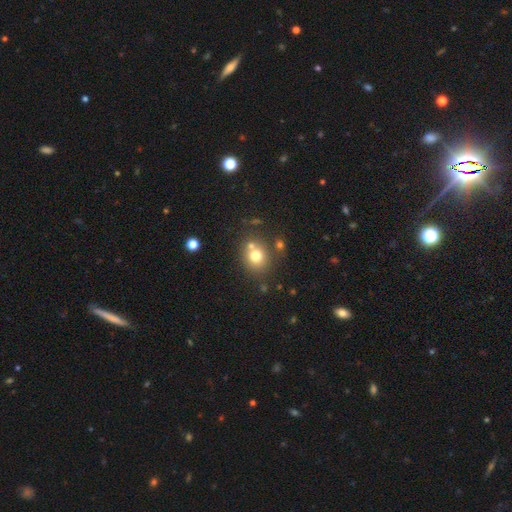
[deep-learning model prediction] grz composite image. It shows a smooth galaxy with no disk features (74%) that is round (78%). Merging: none (66%).